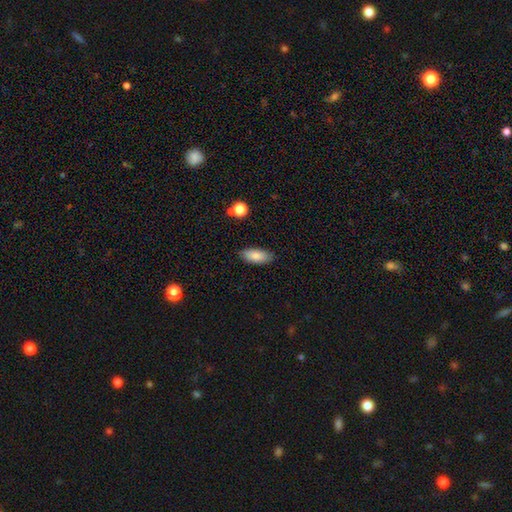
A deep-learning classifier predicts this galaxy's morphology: Smooth or featured? Predicted: smooth (p=0.84). How rounded? Predicted: in between (p=0.87). Merging? Predicted: none (p=0.84).